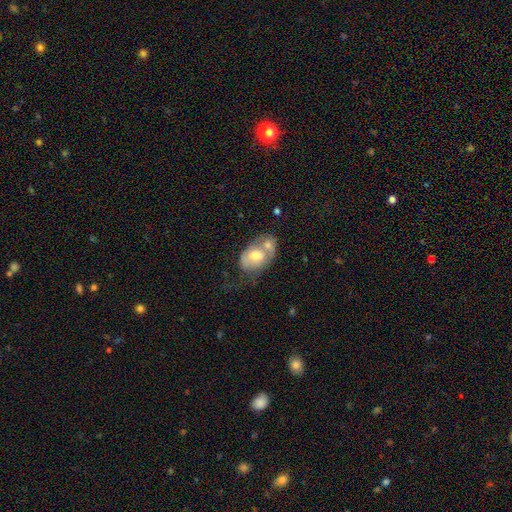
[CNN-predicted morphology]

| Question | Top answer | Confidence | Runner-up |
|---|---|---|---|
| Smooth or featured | smooth | 55% | featured or disk (38%) |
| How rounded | in between | 78% | round (20%) |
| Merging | merger | 60% | none (17%) |